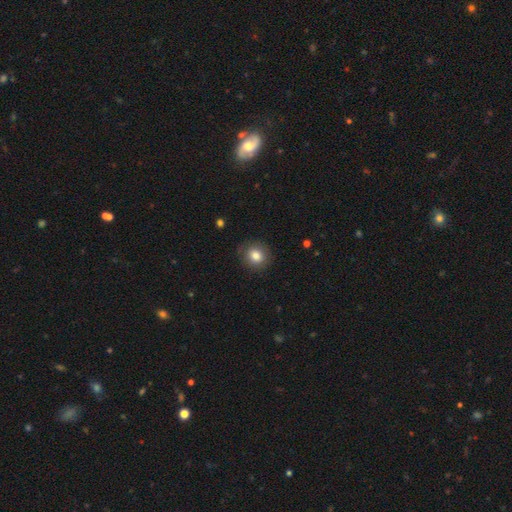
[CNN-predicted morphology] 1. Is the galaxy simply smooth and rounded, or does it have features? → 82% smooth, 9% star or artifact, 8% featured or disk.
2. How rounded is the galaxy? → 84% round, 15% in between, 1% cigar-shaped.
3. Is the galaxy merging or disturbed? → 85% none, 10% minor disturbance, 3% major disturbance, 1% merger.